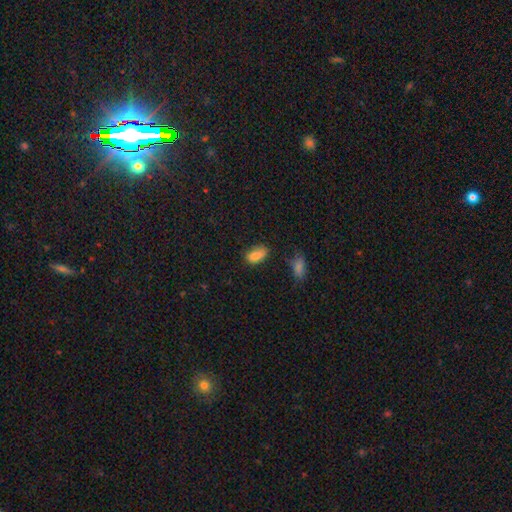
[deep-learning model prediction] A smooth galaxy with no disk features (84%) that is in between round and cigar-shaped (90%). Merging: none (63%).